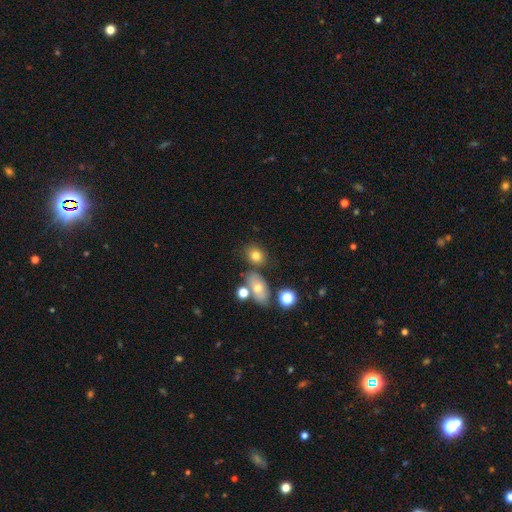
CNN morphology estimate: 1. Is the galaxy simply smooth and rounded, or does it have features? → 75% smooth, 13% star or artifact, 12% featured or disk.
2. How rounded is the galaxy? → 53% in between, 45% round, 2% cigar-shaped.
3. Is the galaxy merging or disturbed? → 66% none, 16% merger, 13% minor disturbance, 5% major disturbance.